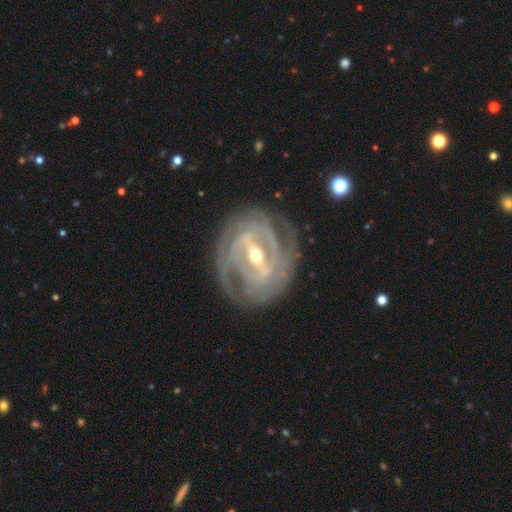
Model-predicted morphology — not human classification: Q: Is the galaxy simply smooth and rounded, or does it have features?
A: featured or disk — 91%.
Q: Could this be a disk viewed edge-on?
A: no — 94%.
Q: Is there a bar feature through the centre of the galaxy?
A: strong — 74%.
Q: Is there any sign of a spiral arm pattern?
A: yes — 94%.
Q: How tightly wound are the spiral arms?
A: tight — 72%.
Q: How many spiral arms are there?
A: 2 — 32%.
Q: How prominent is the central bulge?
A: moderate — 55%.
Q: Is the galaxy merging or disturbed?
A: none — 80%.